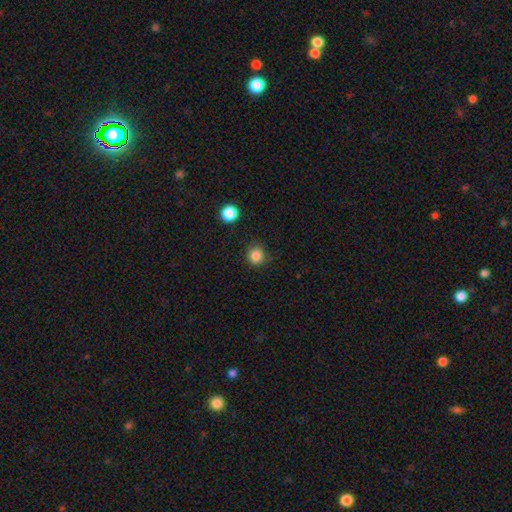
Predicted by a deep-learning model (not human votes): Morphology: type=smooth (85%); roundness=round (91%); merging=none (86%).